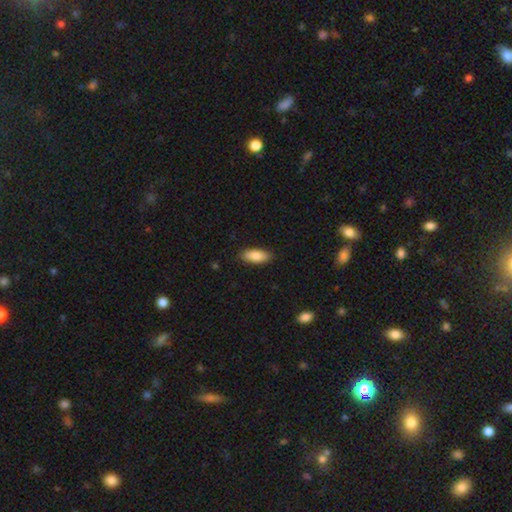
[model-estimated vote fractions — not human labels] smooth-or-featured: smooth: 84% | featured or disk: 9% | star or artifact: 6%
  how-rounded: in between: 77% | cigar-shaped: 21% | round: 2%
  merging: none: 87% | minor disturbance: 10% | major disturbance: 2% | merger: 1%